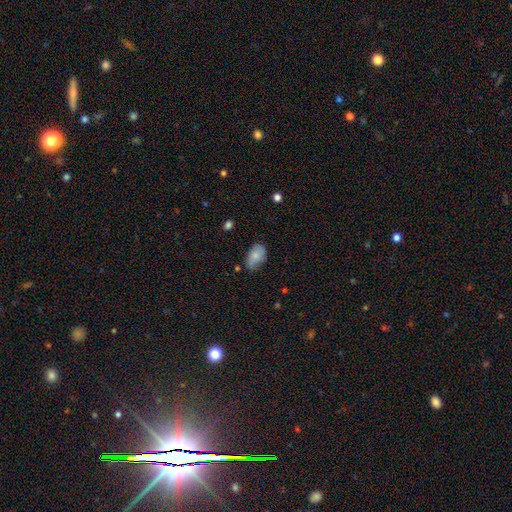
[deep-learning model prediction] This appears to be a smooth galaxy with no disk features (77%) that is in between round and cigar-shaped (91%). Merging: none (63%).